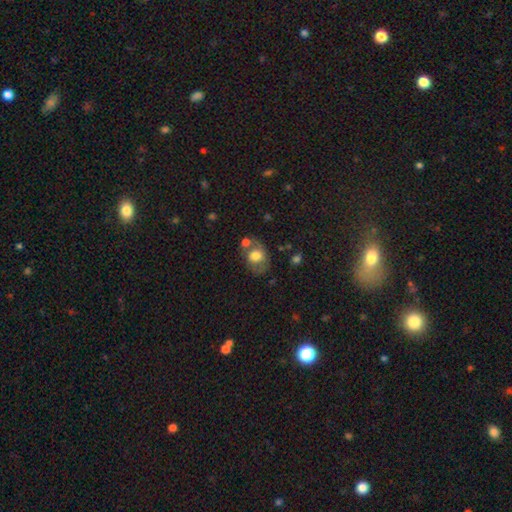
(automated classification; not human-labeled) Smooth or featured?
  - smooth: 68% *
  - featured or disk: 23%
  - star or artifact: 9%
How rounded?
  - in between: 55% *
  - round: 44%
  - cigar-shaped: 1%
Merging?
  - none: 52% *
  - minor disturbance: 20%
  - merger: 19%
  - major disturbance: 9%